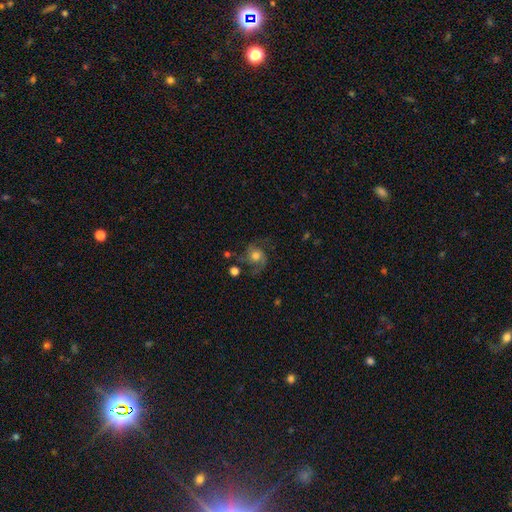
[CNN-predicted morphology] A featured or disk galaxy (75%) with no bar (76%), 2 (48%) medium (53%) spiral arms (95%) and a moderate central bulge (59%).

Vote fractions:
- Smooth or featured? featured or disk: 75% / smooth: 16% / star or artifact: 9%
- Edge-on disk? no: 98% / yes: 2%
- Bar? no: 76% / weak: 21% / strong: 3%
- Spiral arms? yes: 95% / no: 5%
- Spiral winding? medium: 53% / loose: 25% / tight: 22%
- Spiral arm count? 2: 48% / 3: 29% / can't tell: 9% / 1: 5% / 4: 5% / more than 4: 4%
- Bulge size? moderate: 59% / large: 19% / small: 16% / none: 3% / dominant: 2%
- Merging? none: 66% / minor disturbance: 18% / major disturbance: 13% / merger: 3%